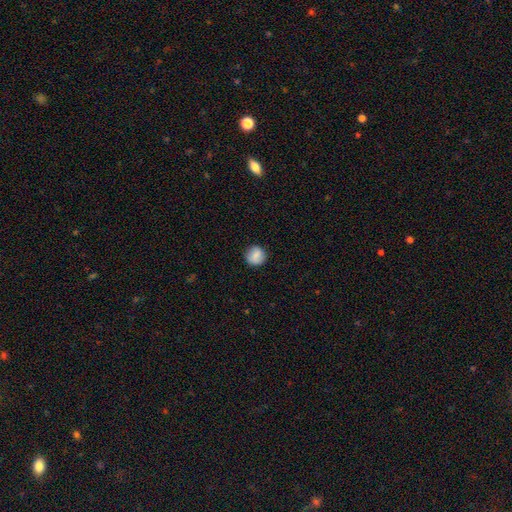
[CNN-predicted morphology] smooth 84%, featured or disk 8%, star or artifact 8%. Down the decision tree: how rounded — round (90%); merging — none (86%).